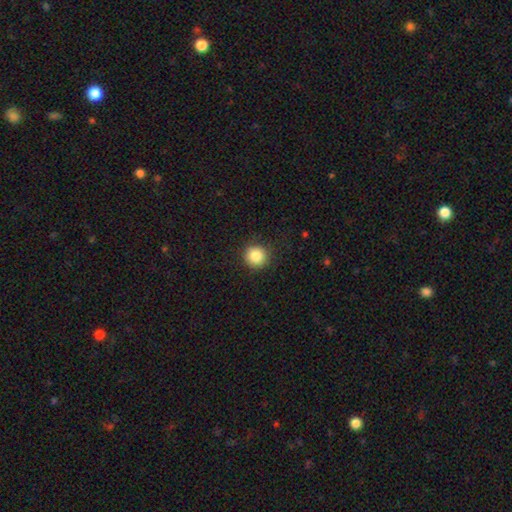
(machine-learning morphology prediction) Smooth or featured? Predicted: smooth (p=0.86). How rounded? Predicted: round (p=0.94). Merging? Predicted: none (p=0.89).